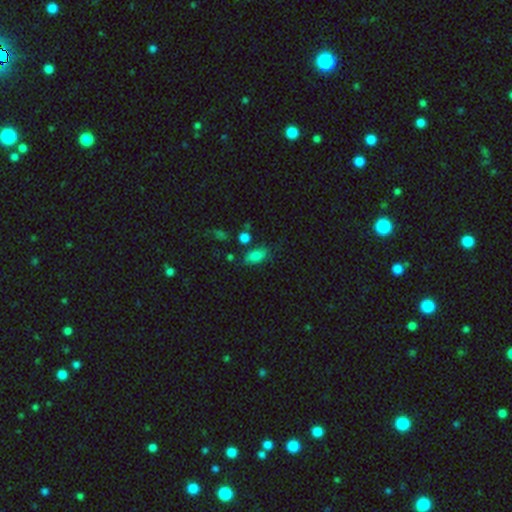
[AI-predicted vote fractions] This is clearly a smooth galaxy (82%). How rounded: clearly in between (87%). Merging: likely none (65%).